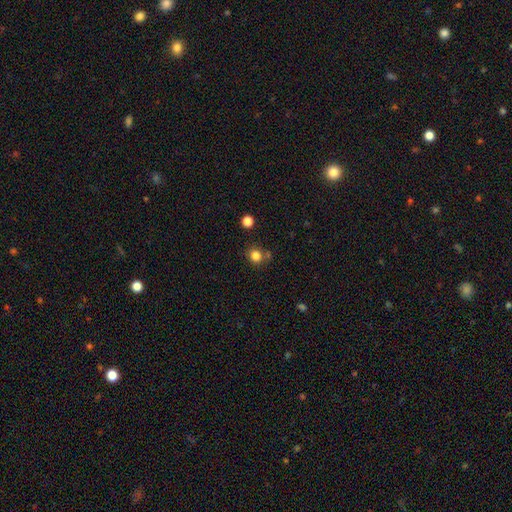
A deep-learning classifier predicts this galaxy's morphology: The model was most divided on "merging": none: 74%, merger: 12%, minor disturbance: 11%, major disturbance: 4%. More confident: how rounded — round (85%); smooth or featured — smooth (82%).